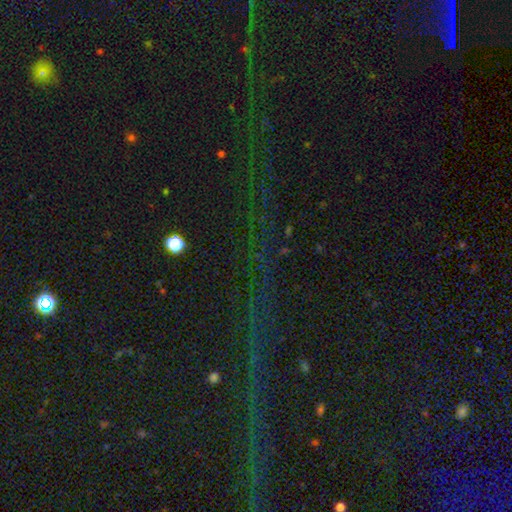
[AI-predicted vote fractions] Overall: star or artifact (80%).